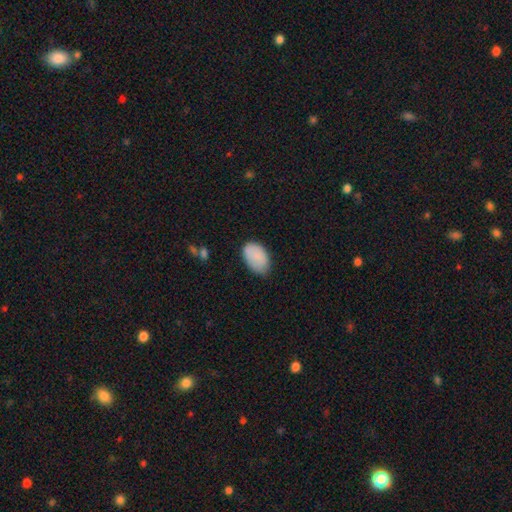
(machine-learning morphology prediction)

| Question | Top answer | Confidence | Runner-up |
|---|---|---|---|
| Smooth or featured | smooth | 86% | featured or disk (8%) |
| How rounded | in between | 92% | round (7%) |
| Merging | none | 67% | minor disturbance (27%) |